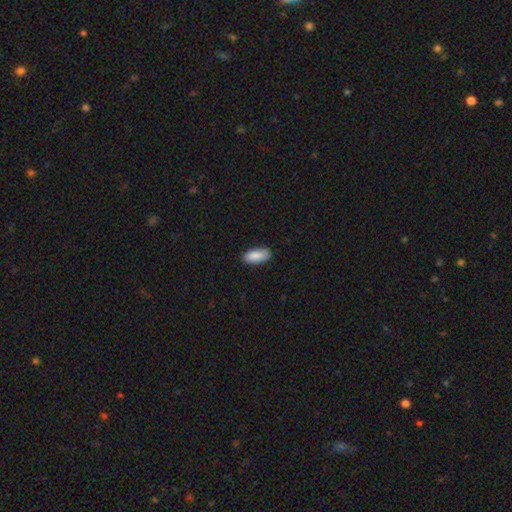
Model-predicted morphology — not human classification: The model was most divided on "merging": none: 85%, minor disturbance: 12%, major disturbance: 2%, merger: 1%. More confident: smooth or featured — smooth (89%); how rounded — in between (88%).